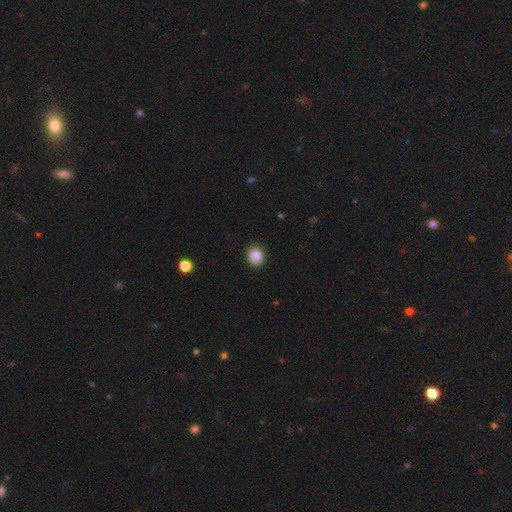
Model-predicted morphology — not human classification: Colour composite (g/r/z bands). It shows a smooth galaxy with no disk features (87%) that is round (68%). Merging: none (84%).